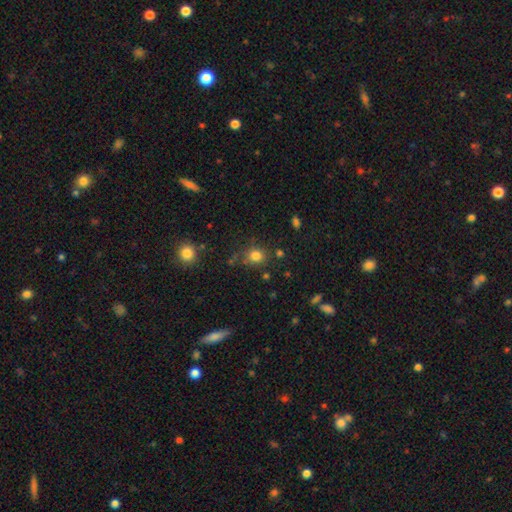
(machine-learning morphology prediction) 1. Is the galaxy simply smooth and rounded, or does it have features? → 80% smooth, 14% star or artifact, 6% featured or disk.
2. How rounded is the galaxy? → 80% round, 19% in between, 1% cigar-shaped.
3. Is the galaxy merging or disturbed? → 74% none, 14% minor disturbance, 7% merger, 5% major disturbance.